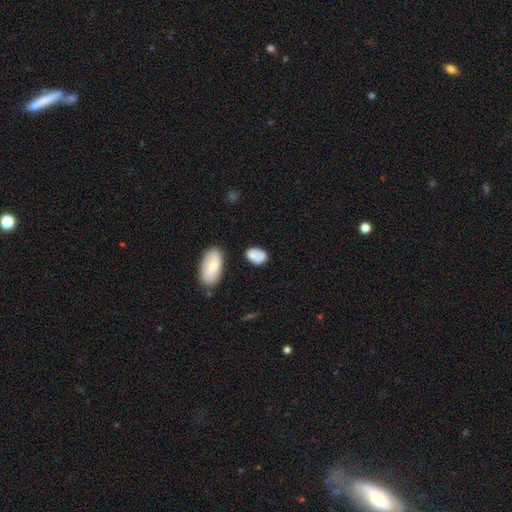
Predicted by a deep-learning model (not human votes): smooth-or-featured: smooth: 75% | featured or disk: 16% | star or artifact: 8%
  how-rounded: in between: 87% | round: 11% | cigar-shaped: 2%
  merging: none: 59% | minor disturbance: 23% | merger: 10% | major disturbance: 8%